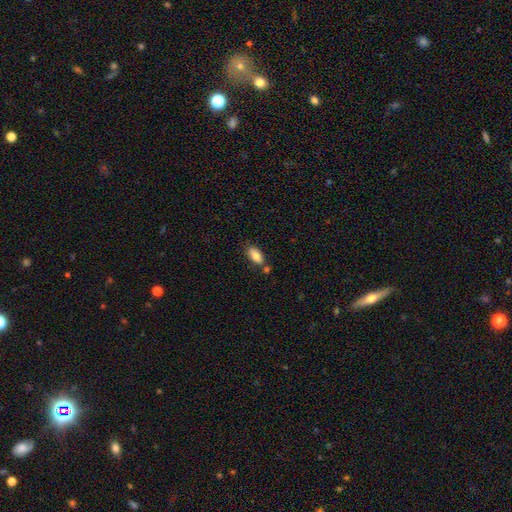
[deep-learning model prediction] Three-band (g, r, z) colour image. It shows a smooth galaxy with no disk features (81%) that is in between round and cigar-shaped (88%). Merging: none (69%).